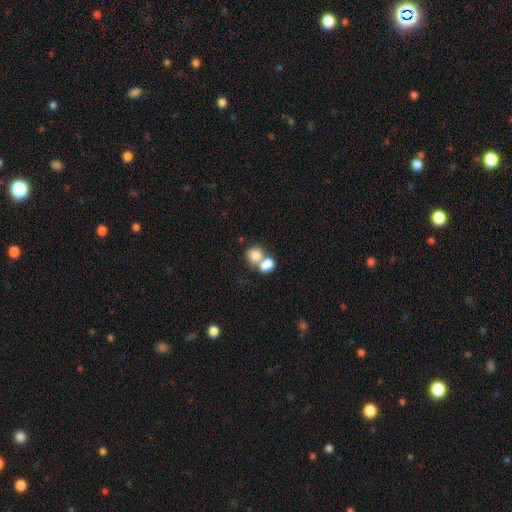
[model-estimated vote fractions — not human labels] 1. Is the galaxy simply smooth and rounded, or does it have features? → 77% smooth, 13% featured or disk, 10% star or artifact.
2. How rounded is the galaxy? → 64% round, 35% in between, 1% cigar-shaped.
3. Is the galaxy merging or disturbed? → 63% merger, 26% none, 6% minor disturbance, 4% major disturbance.